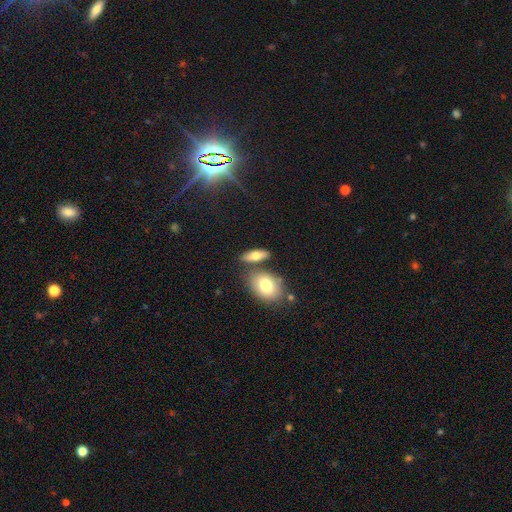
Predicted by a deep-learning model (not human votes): A smooth galaxy with no disk features (69%) that is in between round and cigar-shaped (74%). Merging: none (70%).